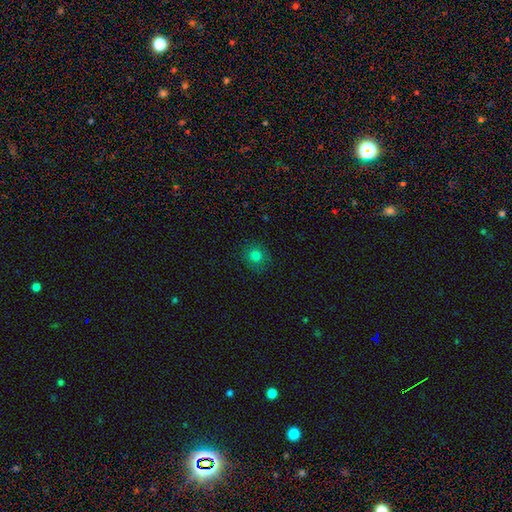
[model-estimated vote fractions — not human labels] A smooth galaxy with no disk features (79%) that is round (83%). Merging: none (85%).